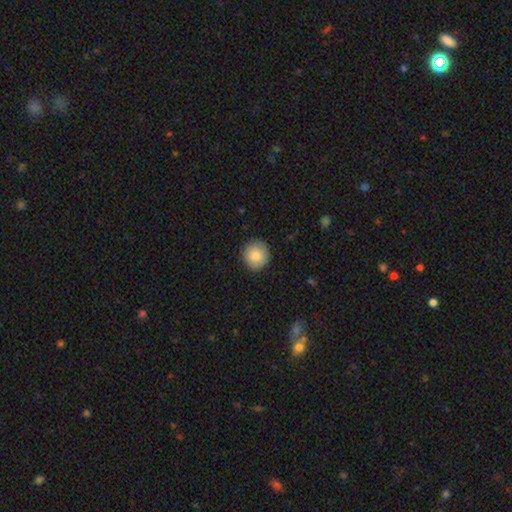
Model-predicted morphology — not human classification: Smooth or featured?
  - smooth: 85% *
  - featured or disk: 8%
  - star or artifact: 7%
How rounded?
  - round: 92% *
  - in between: 7%
  - cigar-shaped: 1%
Merging?
  - none: 89% *
  - minor disturbance: 8%
  - major disturbance: 2%
  - merger: 1%